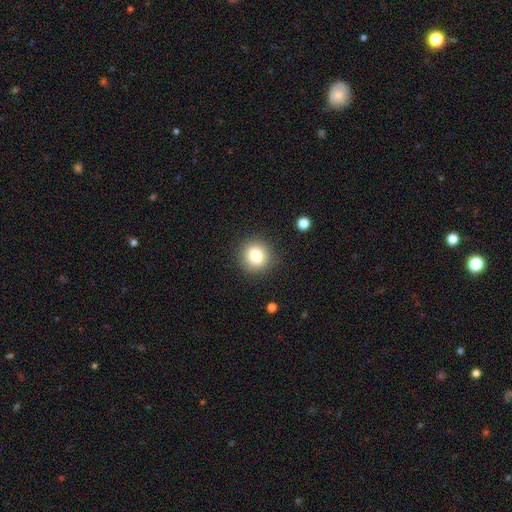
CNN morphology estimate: Q: Smooth or featured?
A: smooth (80%); runner-up: star or artifact (11%)
Q: How rounded?
A: round (87%); runner-up: in between (12%)
Q: Merging?
A: none (88%); runner-up: minor disturbance (8%)